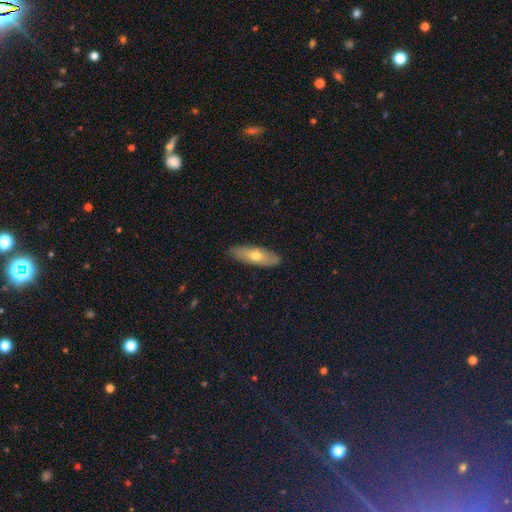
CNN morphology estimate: type=smooth (57%); roundness=cigar-shaped (50%); merging=none (86%).